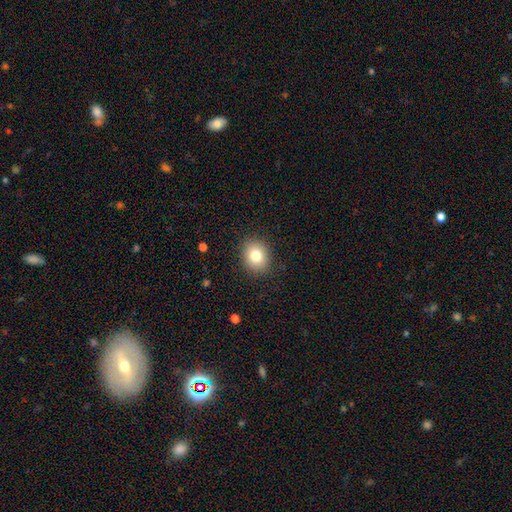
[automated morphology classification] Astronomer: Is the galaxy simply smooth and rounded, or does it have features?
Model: smooth — 81%.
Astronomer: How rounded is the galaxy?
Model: round — 61% (runner-up: in between, 38%).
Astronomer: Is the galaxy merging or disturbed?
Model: none — 88%.